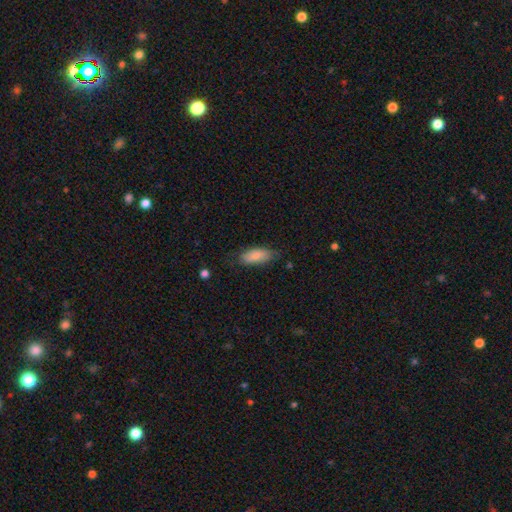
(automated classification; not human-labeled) smooth 83%, featured or disk 11%, star or artifact 6%. Down the decision tree: how rounded — in between (82%); merging — none (69%).